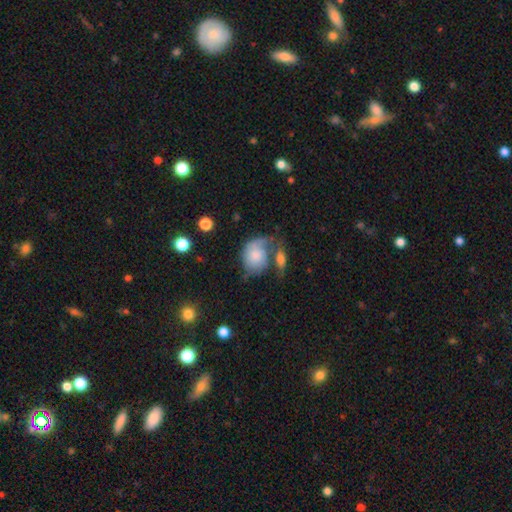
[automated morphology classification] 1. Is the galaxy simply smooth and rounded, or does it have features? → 53% smooth, 40% featured or disk, 7% star or artifact.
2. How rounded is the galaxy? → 50% in between, 49% round, 1% cigar-shaped.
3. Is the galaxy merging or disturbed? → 28% none (tied), 28% merger (tied), 22% major disturbance, 21% minor disturbance.